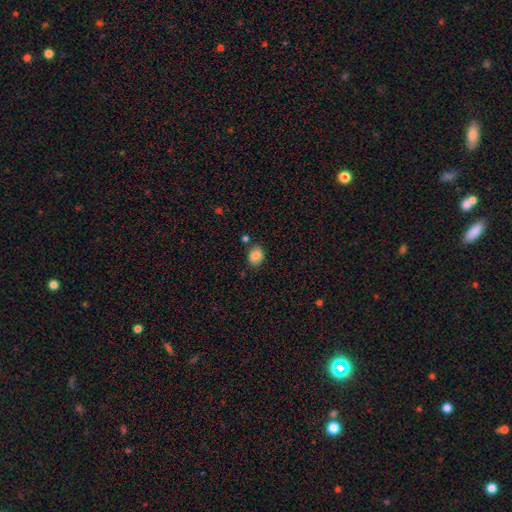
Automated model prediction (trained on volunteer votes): smooth-or-featured: smooth: 81% | featured or disk: 10% | star or artifact: 9%
  how-rounded: in between: 52% | round: 47% | cigar-shaped: 1%
  merging: none: 80% | minor disturbance: 12% | merger: 5% | major disturbance: 3%